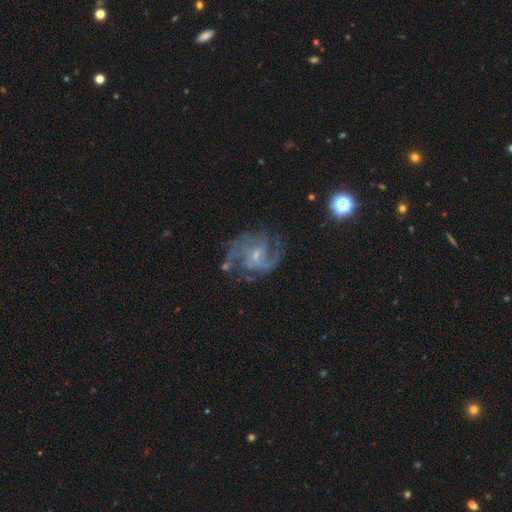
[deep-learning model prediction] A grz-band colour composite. It shows a featured or disk galaxy (87%) with a weak bar (50%), 2 (38%) medium (51%) spiral arms (94%) and a small central bulge (66%). Merging: none (61%).